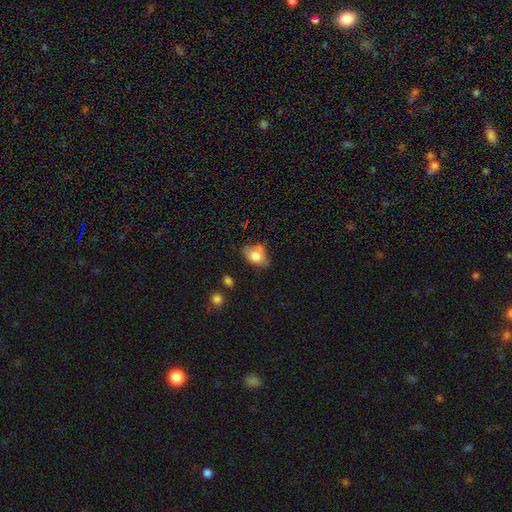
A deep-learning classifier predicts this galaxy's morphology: This is likely a smooth galaxy (75%). How rounded: likely in between (78%). Merging: possibly none (52%).